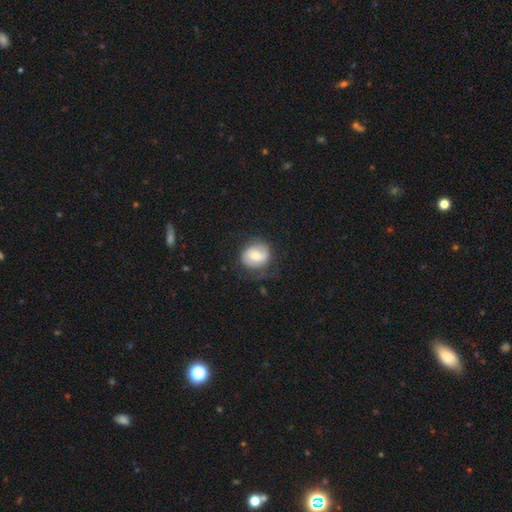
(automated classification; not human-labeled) Morphology: type=smooth (57%); roundness=round (71%); merging=none (64%).